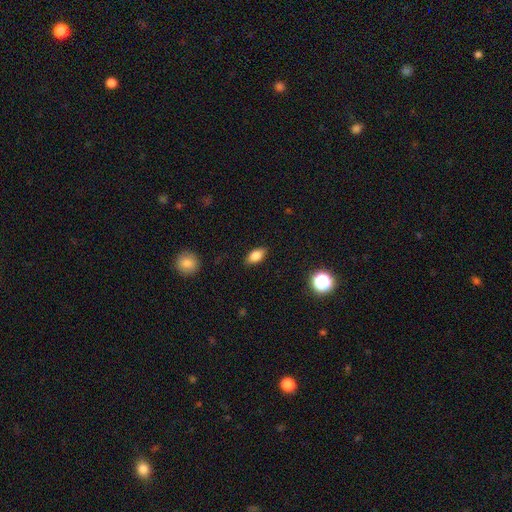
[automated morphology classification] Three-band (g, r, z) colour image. It shows a smooth galaxy with no disk features (83%) that is in between round and cigar-shaped (88%). Merging: none (87%).